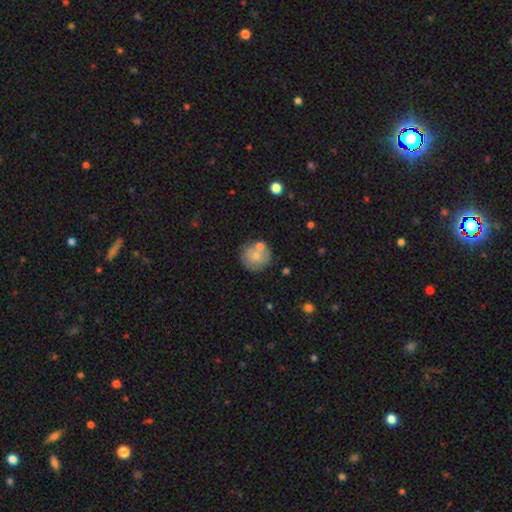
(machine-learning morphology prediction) Smooth or featured? Predicted: smooth (p=0.74). How rounded? Predicted: round (p=0.93). Merging? Predicted: none (p=0.71).